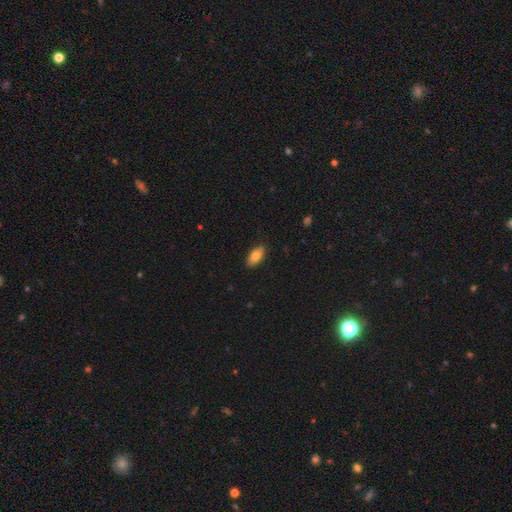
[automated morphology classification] This is clearly a smooth galaxy (81%). How rounded: clearly in between (90%). Merging: clearly none (88%).